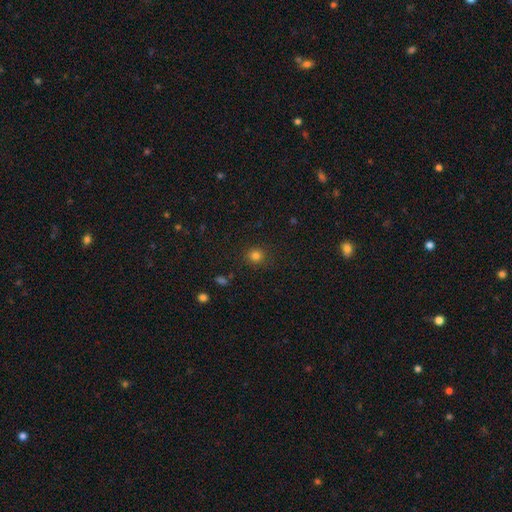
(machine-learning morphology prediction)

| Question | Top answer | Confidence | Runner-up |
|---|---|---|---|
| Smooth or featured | smooth | 81% | star or artifact (14%) |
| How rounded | round | 88% | in between (11%) |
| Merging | none | 88% | minor disturbance (8%) |